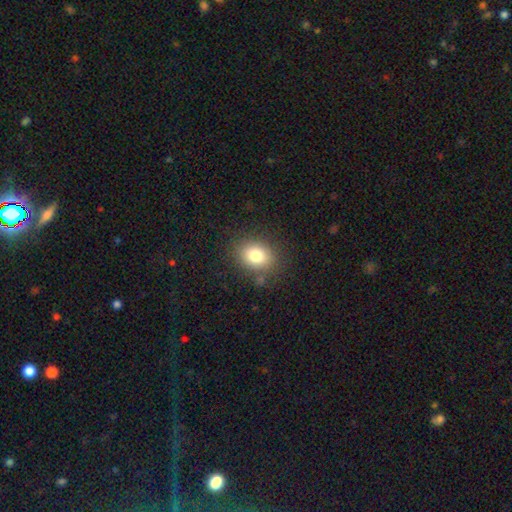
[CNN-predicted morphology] This is likely a smooth galaxy (79%). How rounded: possibly in between (53%). Merging: clearly none (82%).